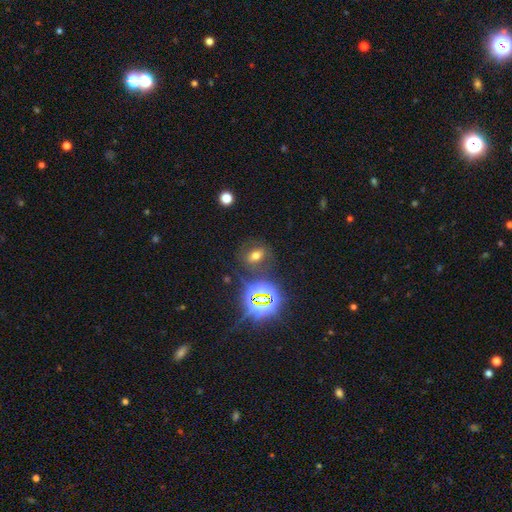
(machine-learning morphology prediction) Smooth or featured? smooth (48%)
Merging? none (78%)